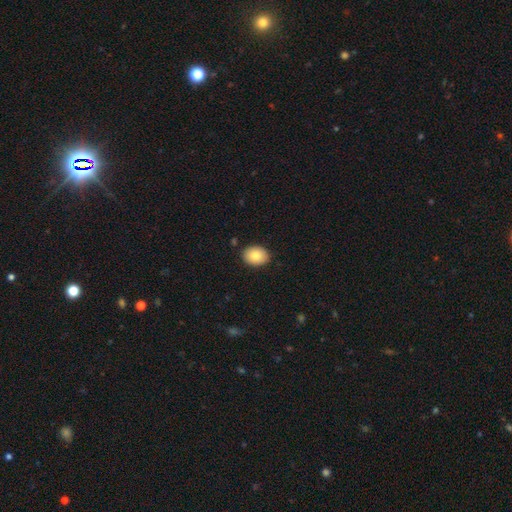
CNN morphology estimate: This is clearly a smooth galaxy (84%). How rounded: likely in between (65%). Merging: clearly none (88%).